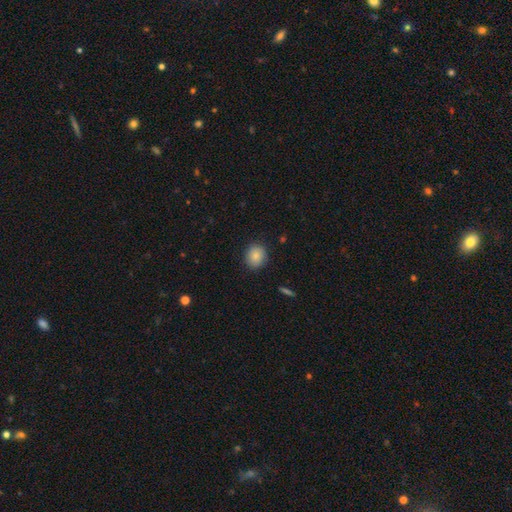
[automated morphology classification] Smooth or featured? Predicted: smooth (p=0.85). How rounded? Predicted: round (p=0.71). Merging? Predicted: none (p=0.87).